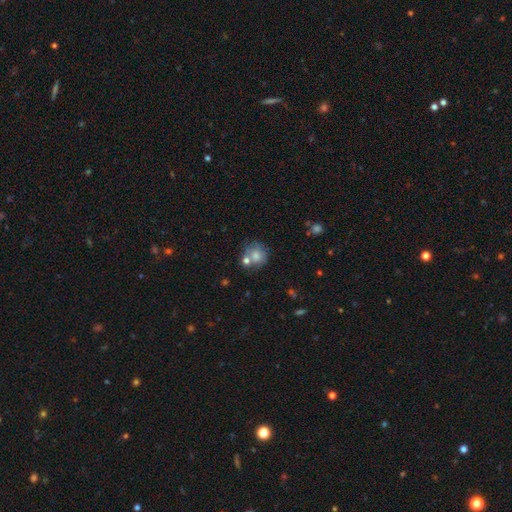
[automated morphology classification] smooth 70%, featured or disk 20%, star or artifact 10%. Down the decision tree: how rounded — round (78%); merging — none (48%).